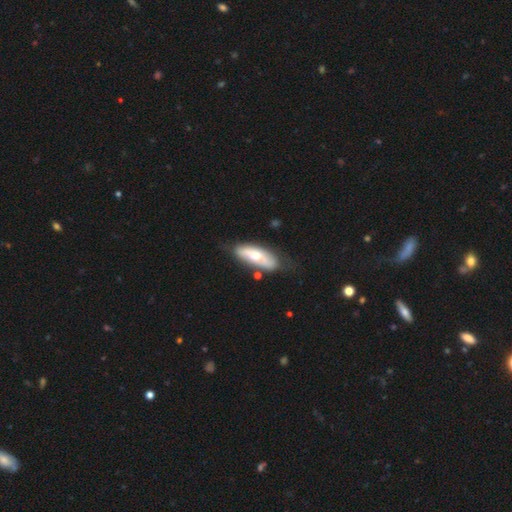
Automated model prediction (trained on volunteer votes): A smooth galaxy with no disk features (49%).

Vote fractions:
- Smooth or featured? smooth: 49% / featured or disk: 46% / star or artifact: 5%
- Merging? none: 61% / minor disturbance: 25% / major disturbance: 8% / merger: 6%